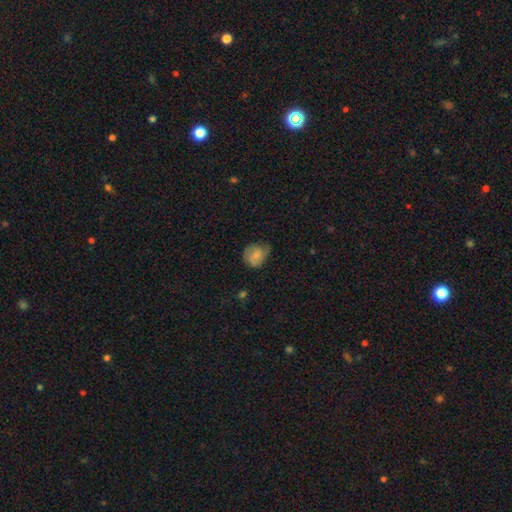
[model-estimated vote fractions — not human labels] smooth_or_featured: smooth (p=0.62) [alt: featured or disk p=0.30]
how_rounded: round (p=0.70) [alt: in between p=0.29]
merging: none (p=0.47) [alt: minor disturbance p=0.37]